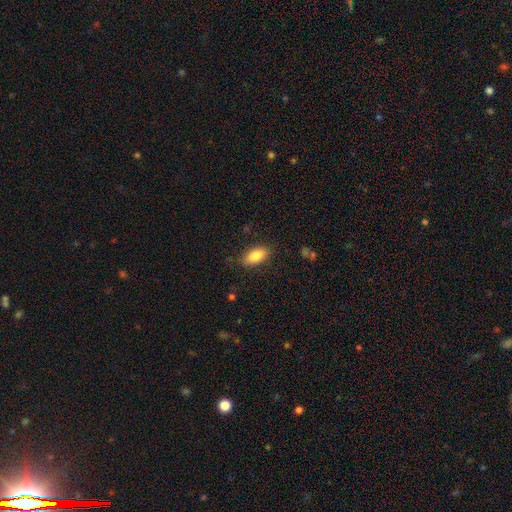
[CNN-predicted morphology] smooth_or_featured: smooth (p=0.85) [alt: featured or disk p=0.08]
how_rounded: in between (p=0.87) [alt: cigar-shaped p=0.10]
merging: none (p=0.82) [alt: minor disturbance p=0.13]